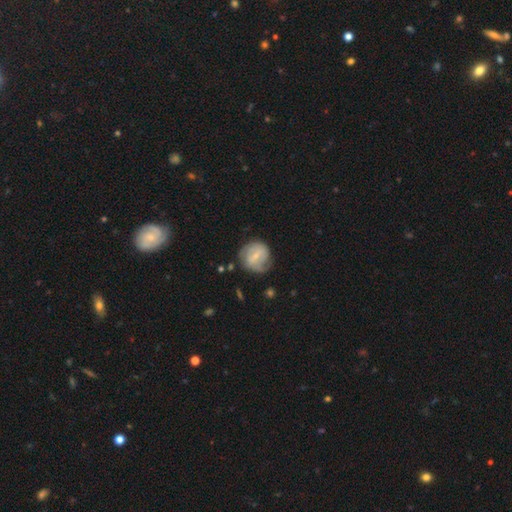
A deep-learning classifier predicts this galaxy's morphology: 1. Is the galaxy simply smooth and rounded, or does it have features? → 51% featured or disk, 42% smooth, 6% star or artifact.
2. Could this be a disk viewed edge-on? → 97% no, 3% yes.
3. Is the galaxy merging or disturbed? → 60% none, 25% minor disturbance, 11% major disturbance, 3% merger.